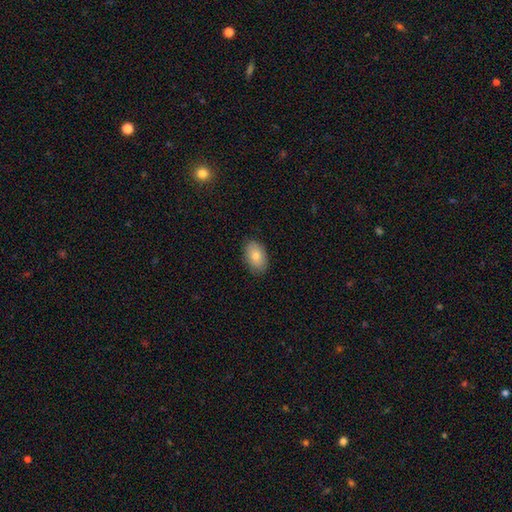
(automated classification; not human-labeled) Smooth or featured? smooth (83%)
How rounded? in between (91%)
Merging? none (86%)